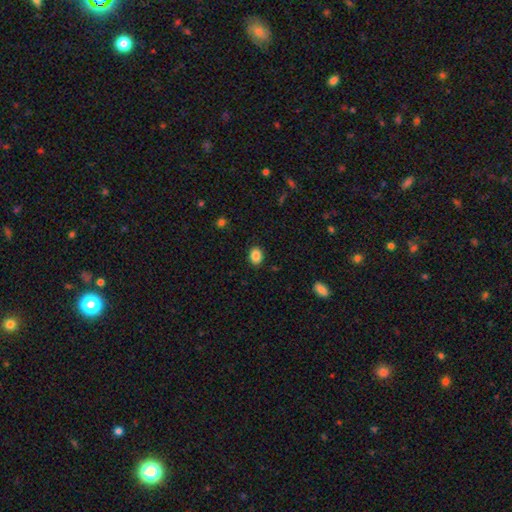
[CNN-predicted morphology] The model was most divided on "how rounded": in between: 59%, round: 40%, cigar-shaped: 1%. More confident: merging — none (89%); smooth or featured — smooth (87%).